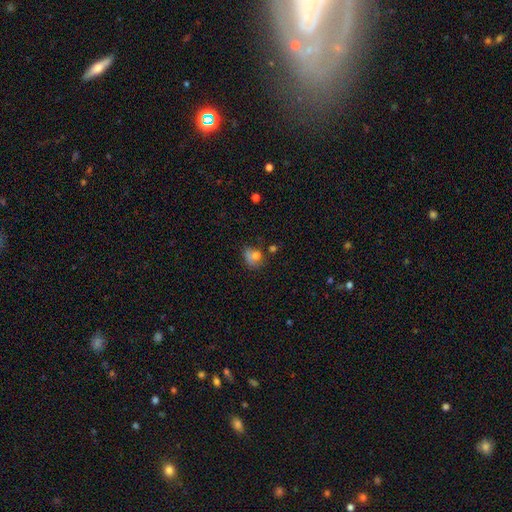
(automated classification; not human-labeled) The model was most divided on "merging": none: 37%, minor disturbance: 29%, major disturbance: 19%, merger: 15%. More confident: smooth or featured — smooth (72%); how rounded — round (56%).